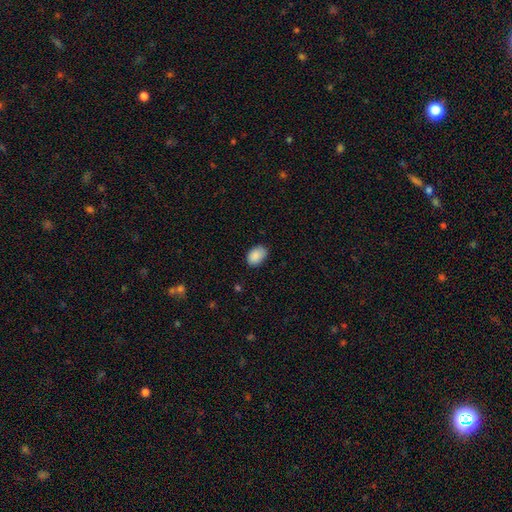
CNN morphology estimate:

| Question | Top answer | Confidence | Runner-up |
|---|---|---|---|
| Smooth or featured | smooth | 89% | star or artifact (7%) |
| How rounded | in between | 83% | round (16%) |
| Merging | none | 78% | minor disturbance (18%) |